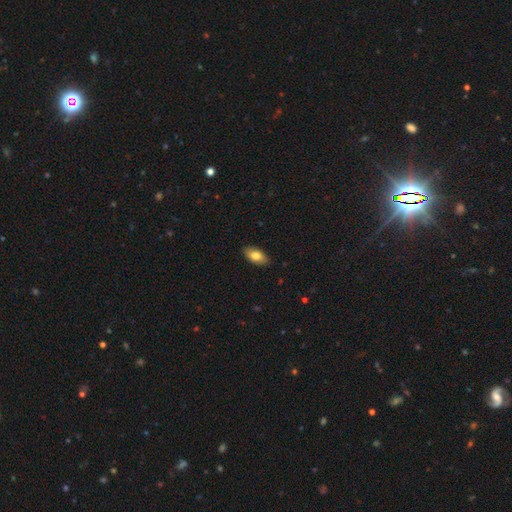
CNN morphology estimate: Smooth or featured? Predicted: smooth (p=0.78). How rounded? Predicted: in between (p=0.91). Merging? Predicted: none (p=0.87).